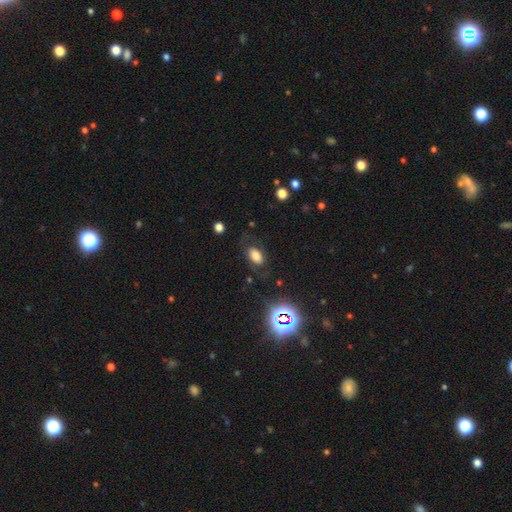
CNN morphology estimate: The model was most divided on "smooth or featured": smooth: 66%, featured or disk: 18%, star or artifact: 16%. More confident: how rounded — in between (89%); merging — none (73%).